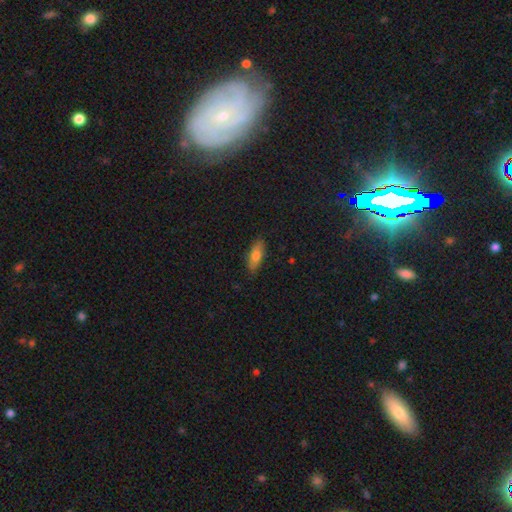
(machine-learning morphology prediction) smooth 73%, featured or disk 20%, star or artifact 7%. Down the decision tree: how rounded — in between (69%); merging — none (84%).